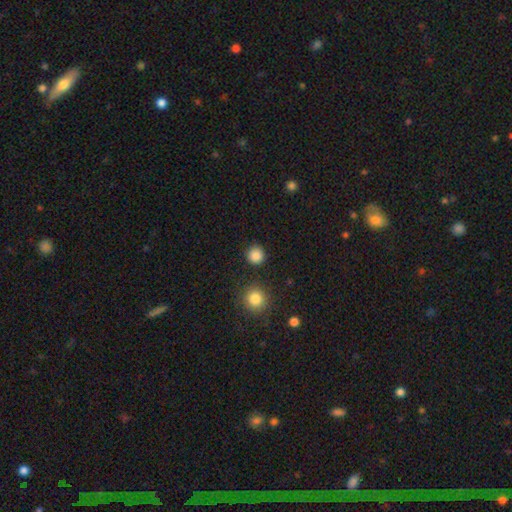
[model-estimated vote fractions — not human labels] This is clearly a smooth galaxy (86%). How rounded: clearly round (94%). Merging: clearly none (89%).